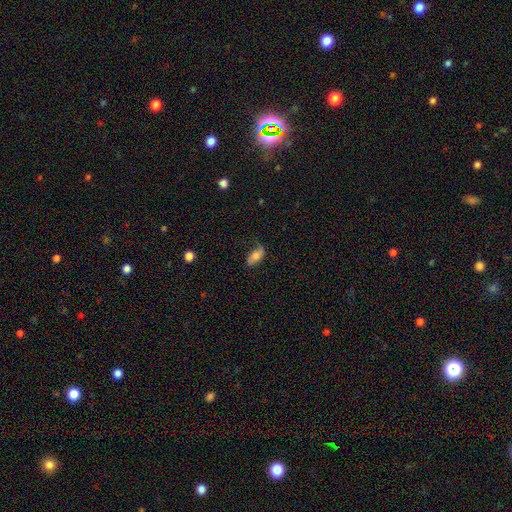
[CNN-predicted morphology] Smooth or featured? Predicted: smooth (p=0.61). How rounded? Predicted: in between (p=0.87). Merging? Predicted: none (p=0.65).